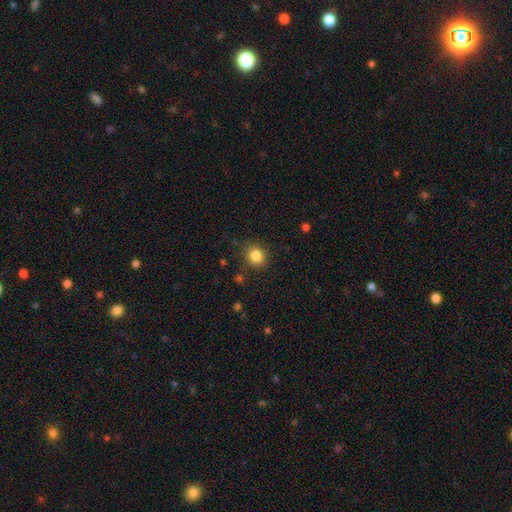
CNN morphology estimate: Overall: smooth (85%). How rounded: round (75%). Merging: none (87%).